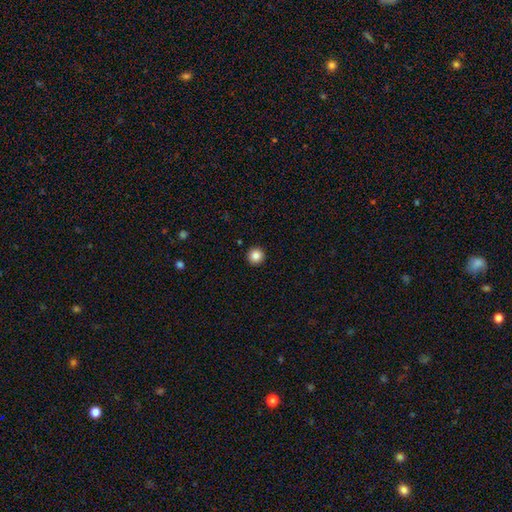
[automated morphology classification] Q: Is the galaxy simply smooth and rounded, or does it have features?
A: smooth — 86%.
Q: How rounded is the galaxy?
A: round — 96%.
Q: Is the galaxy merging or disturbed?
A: none — 94%.